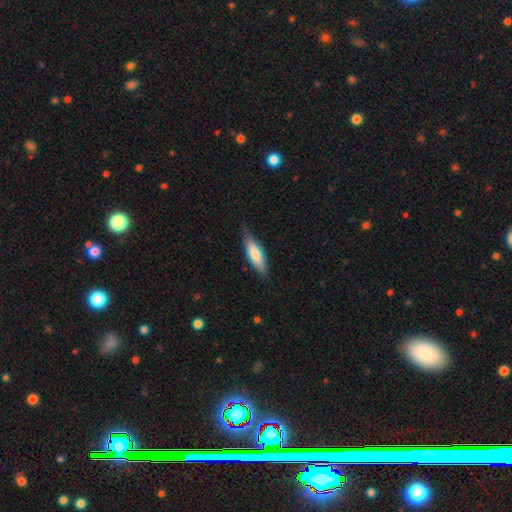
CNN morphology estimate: Overall: smooth (74%). How rounded: cigar-shaped (53%; in between 46%). Merging: none (75%).